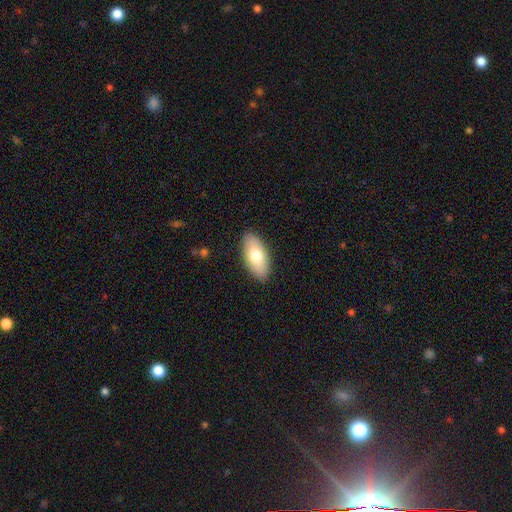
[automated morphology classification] A smooth galaxy with no disk features (73%) that is in between round and cigar-shaped (91%). Merging: none (87%).